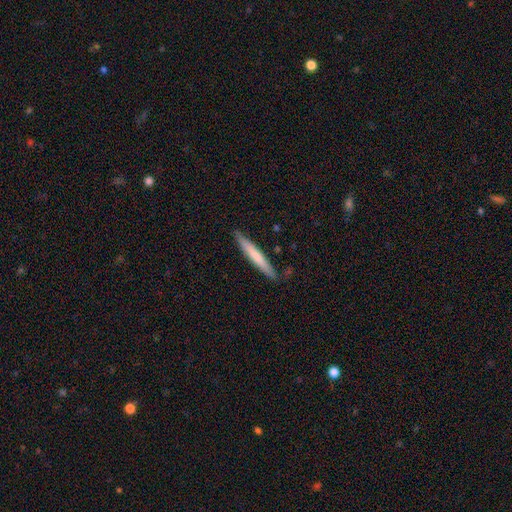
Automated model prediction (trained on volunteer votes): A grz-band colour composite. It shows a smooth galaxy with no disk features (64%) that is cigar-shaped (96%). Merging: none (88%).